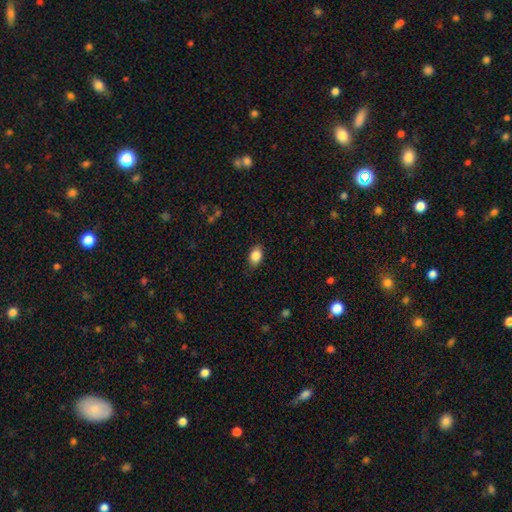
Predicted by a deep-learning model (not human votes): This appears to be a smooth galaxy with no disk features (86%) that is in between round and cigar-shaped (86%). Merging: none (84%).